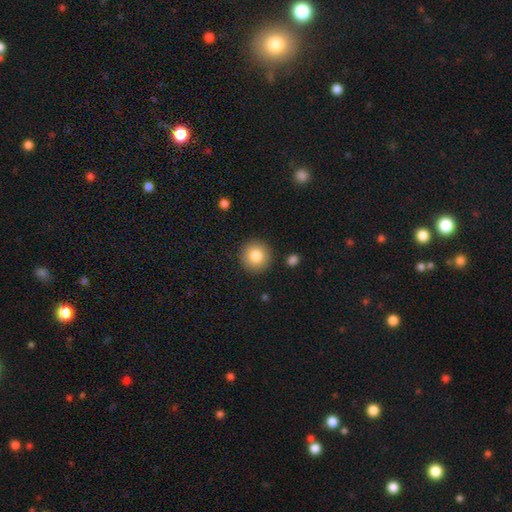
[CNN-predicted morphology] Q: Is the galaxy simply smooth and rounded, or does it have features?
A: smooth — 82%.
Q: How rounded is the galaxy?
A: round — 94%.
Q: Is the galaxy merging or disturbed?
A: none — 90%.